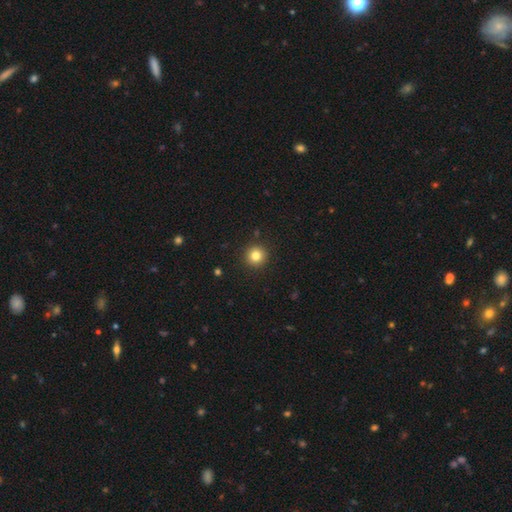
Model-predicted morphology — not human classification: Q: Smooth or featured?
A: smooth (81%); runner-up: star or artifact (12%)
Q: How rounded?
A: round (95%); runner-up: in between (4%)
Q: Merging?
A: none (92%); runner-up: minor disturbance (5%)